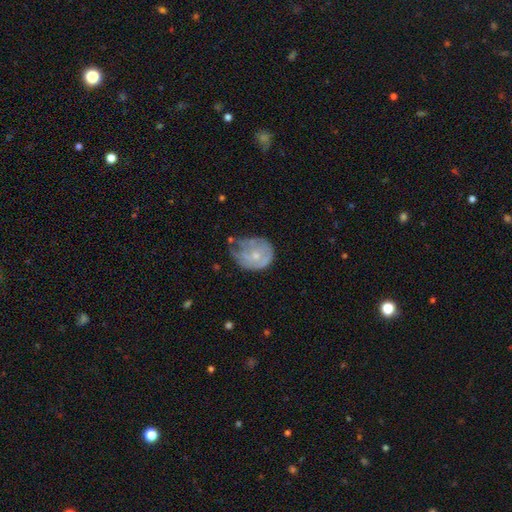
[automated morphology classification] smooth-or-featured: featured or disk: 49% | smooth: 43% | star or artifact: 8%
  merging: minor disturbance: 38% | none: 31% | major disturbance: 28% | merger: 4%